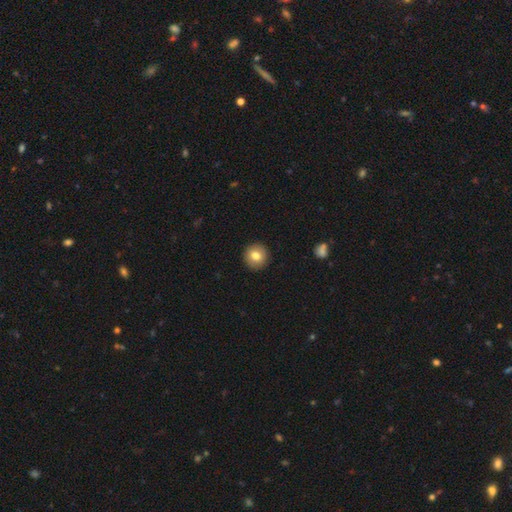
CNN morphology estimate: Q: Smooth or featured?
A: smooth (80%); runner-up: featured or disk (12%)
Q: How rounded?
A: round (94%); runner-up: in between (5%)
Q: Merging?
A: none (92%); runner-up: minor disturbance (5%)